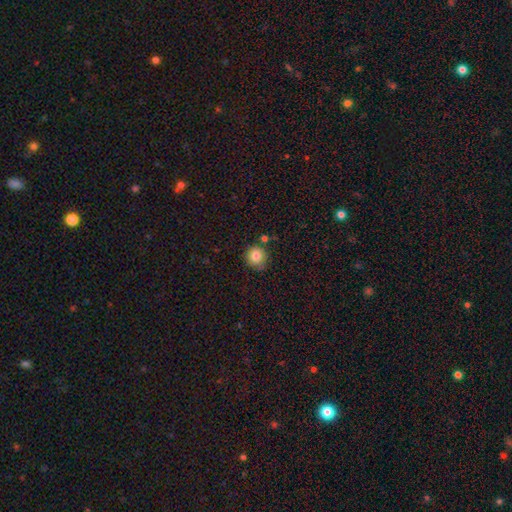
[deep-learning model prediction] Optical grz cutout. It shows a smooth galaxy with no disk features (83%) that is round (92%). Merging: none (78%).